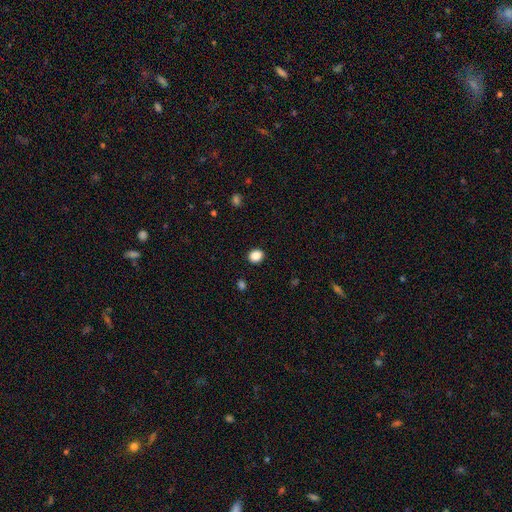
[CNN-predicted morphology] smooth 87%, star or artifact 10%, featured or disk 3%. Down the decision tree: how rounded — round (70%); merging — none (91%).